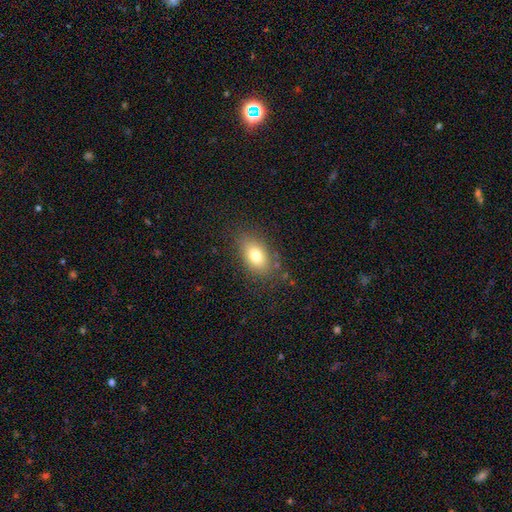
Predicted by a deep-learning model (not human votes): This appears to be a smooth galaxy with no disk features (76%) that is in between round and cigar-shaped (86%). Merging: none (81%).